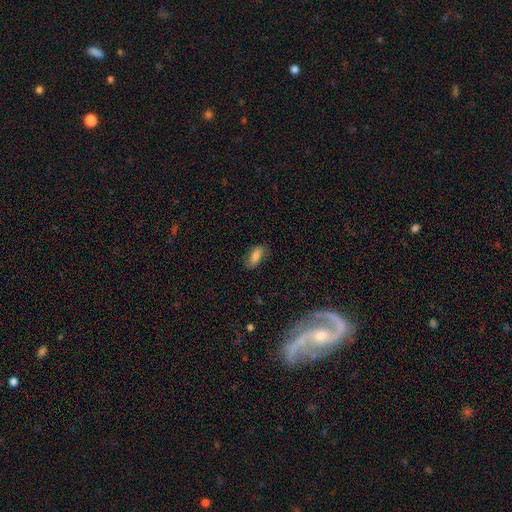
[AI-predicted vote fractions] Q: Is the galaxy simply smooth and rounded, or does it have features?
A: smooth — 74%.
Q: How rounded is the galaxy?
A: in between — 85%.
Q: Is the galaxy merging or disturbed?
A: none — 76%.